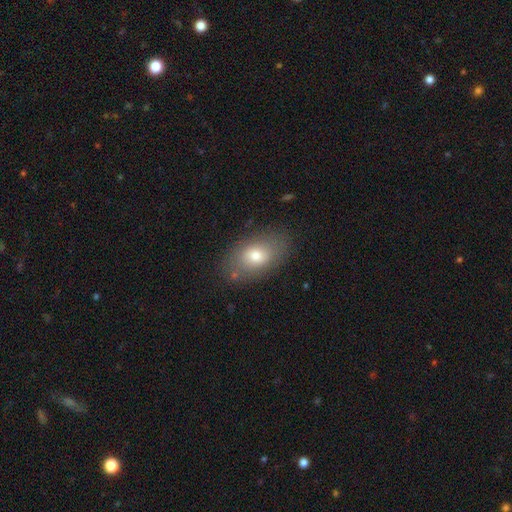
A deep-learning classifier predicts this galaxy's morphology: Smooth or featured: smooth — 72% (featured or disk — 19%)
How rounded: in between — 88% (round — 10%)
Merging: none — 80% (minor disturbance — 13%)